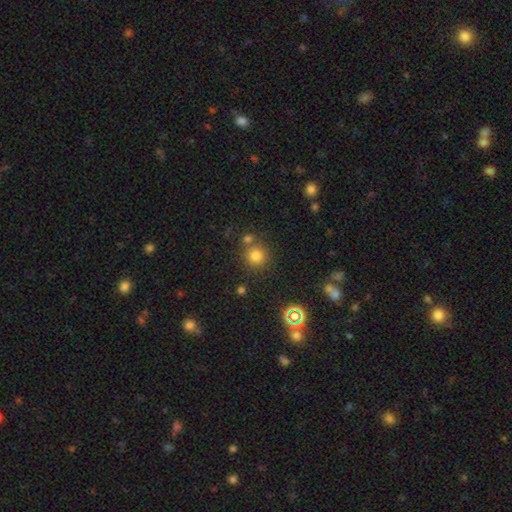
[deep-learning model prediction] The model was most divided on "merging": none: 71%, merger: 17%, minor disturbance: 9%, major disturbance: 4%. More confident: how rounded — round (92%); smooth or featured — smooth (76%).